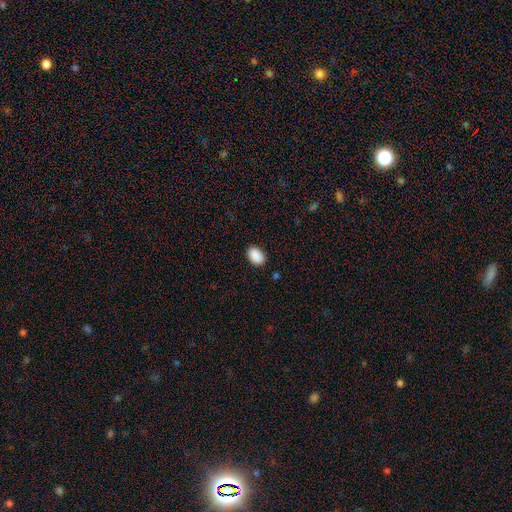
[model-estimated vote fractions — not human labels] The model was most divided on "how rounded": in between: 87%, round: 12%, cigar-shaped: 1%. More confident: smooth or featured — smooth (91%); merging — none (88%).